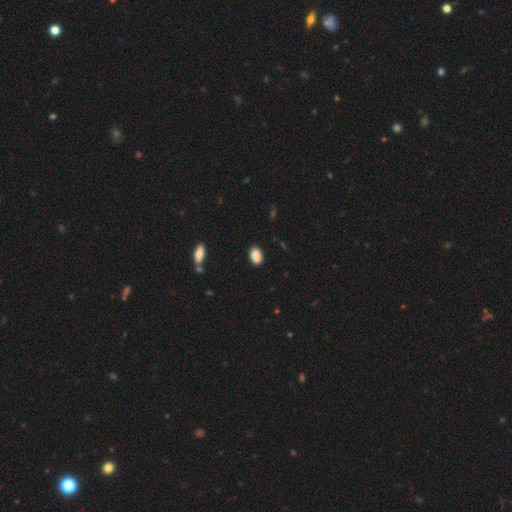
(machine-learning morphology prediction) A smooth galaxy with no disk features (89%) that is in between round and cigar-shaped (88%).

Vote fractions:
- Smooth or featured? smooth: 89% / star or artifact: 7% / featured or disk: 3%
- How rounded? in between: 88% / round: 10% / cigar-shaped: 2%
- Merging? none: 89% / minor disturbance: 8% / major disturbance: 2% / merger: 1%